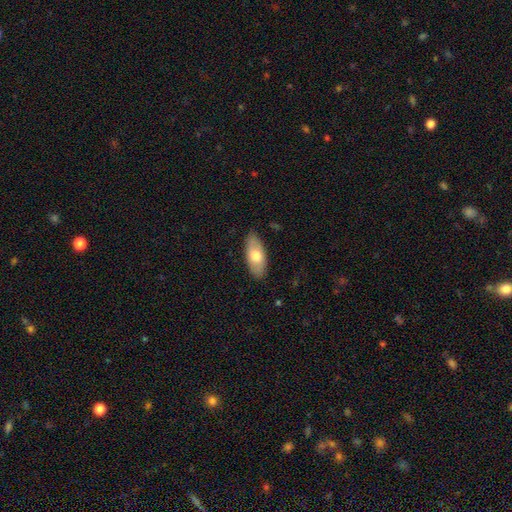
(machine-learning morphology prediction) A smooth galaxy with no disk features (69%) that is in between round and cigar-shaped (87%). Merging: none (85%).